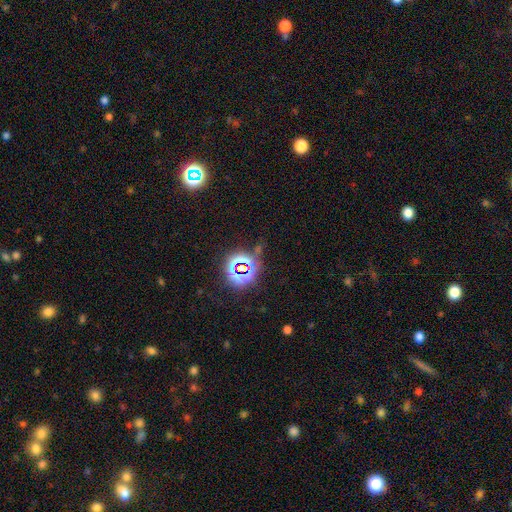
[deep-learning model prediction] The model was most divided on "smooth or featured": star or artifact: 78%, smooth: 14%, featured or disk: 7%.